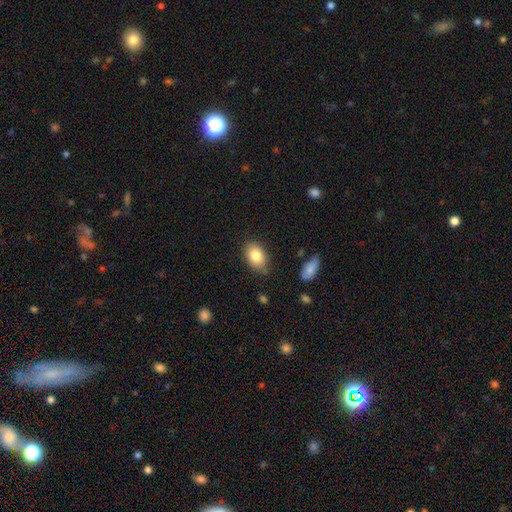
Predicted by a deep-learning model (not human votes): A smooth galaxy with no disk features (83%) that is in between round and cigar-shaped (84%). Merging: none (79%).